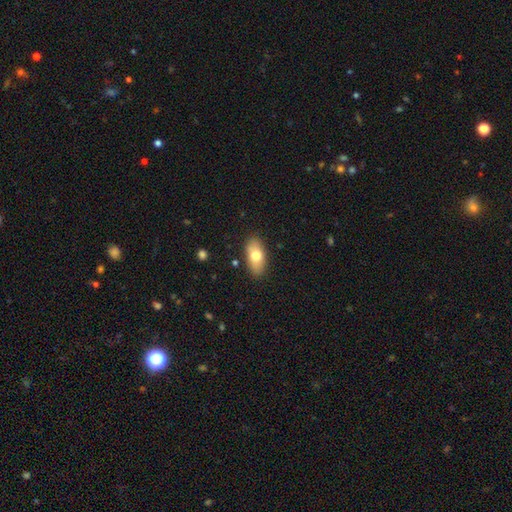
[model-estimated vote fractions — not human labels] Overall: smooth (72%). How rounded: in between (89%). Merging: none (86%).